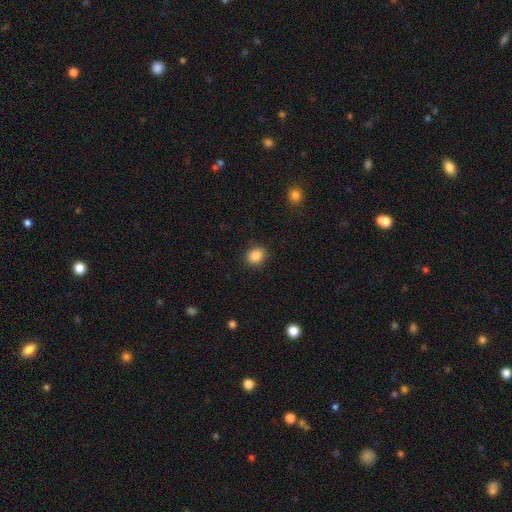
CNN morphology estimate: Smooth or featured: smooth — 87% (star or artifact — 10%)
How rounded: round — 70% (in between — 29%)
Merging: none — 90% (minor disturbance — 7%)